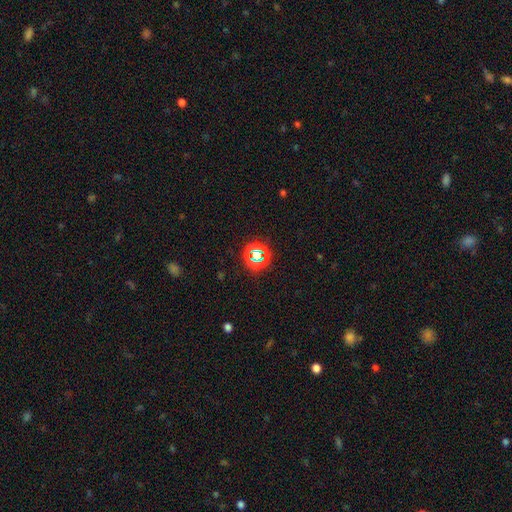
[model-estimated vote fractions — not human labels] Smooth or featured? Predicted: star or artifact (p=0.70).